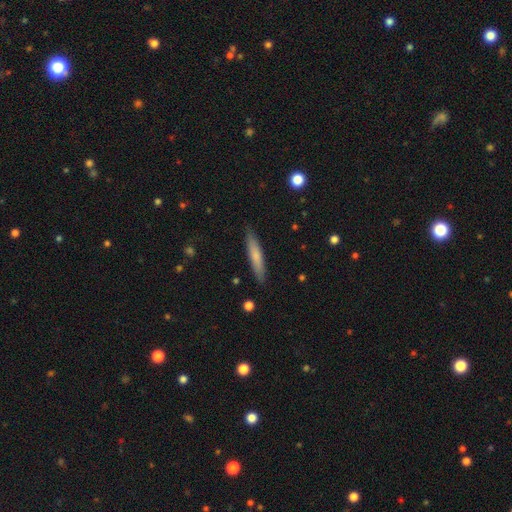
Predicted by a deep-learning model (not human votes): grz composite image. It shows a smooth galaxy with no disk features (70%) that is cigar-shaped (91%). Merging: none (88%).